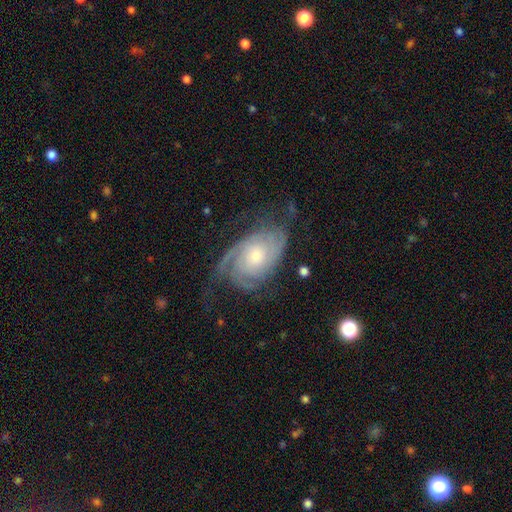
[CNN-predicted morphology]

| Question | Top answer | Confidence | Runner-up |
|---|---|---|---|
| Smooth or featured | featured or disk | 86% | smooth (9%) |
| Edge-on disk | no | 96% | yes (4%) |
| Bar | no | 75% | weak (20%) |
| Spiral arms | yes | 96% | no (4%) |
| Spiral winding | tight | 62% | medium (30%) |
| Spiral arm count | can't tell | 27% | 3 (25%) |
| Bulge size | small | 55% | moderate (40%) |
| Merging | none | 60% | minor disturbance (22%) |